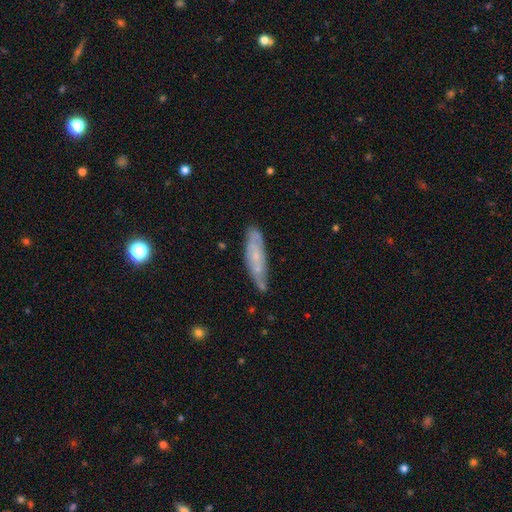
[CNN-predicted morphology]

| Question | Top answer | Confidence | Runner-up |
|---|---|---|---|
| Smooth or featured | featured or disk | 57% | smooth (35%) |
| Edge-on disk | no | 68% | yes (32%) |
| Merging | none | 69% | minor disturbance (23%) |